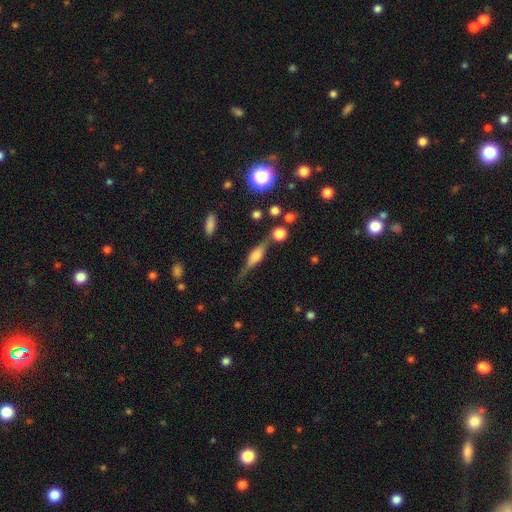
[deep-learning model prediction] Overall: featured or disk (70%). Edge-on disk: yes (95%). Edge-on bulge: rounded (75%). Merging: none (72%).